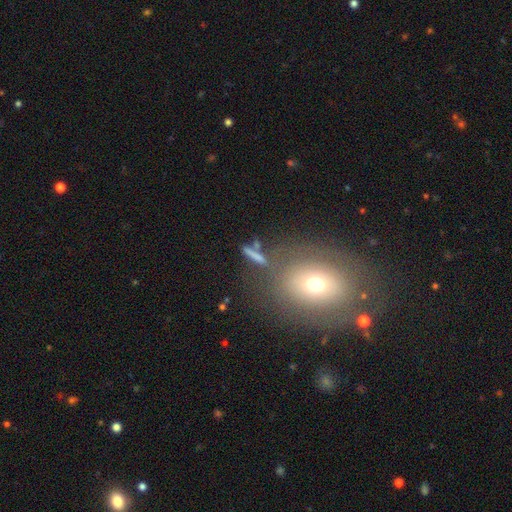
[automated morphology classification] Q: Smooth or featured?
A: smooth (65%); runner-up: featured or disk (20%)
Q: How rounded?
A: cigar-shaped (70%); runner-up: in between (18%)
Q: Merging?
A: none (65%); runner-up: merger (14%)